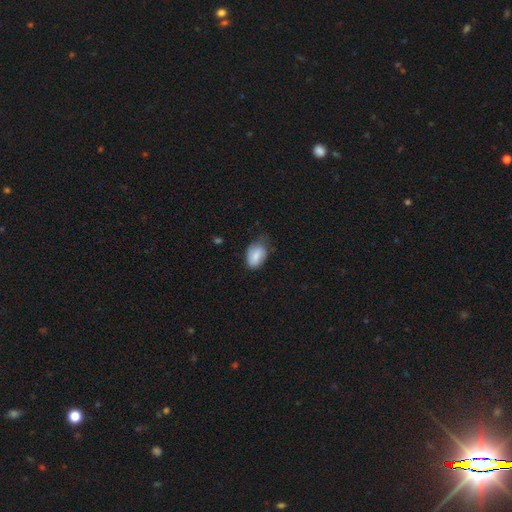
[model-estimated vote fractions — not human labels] This appears to be a smooth galaxy with no disk features (78%) that is in between round and cigar-shaped (88%). Merging: none (51%).